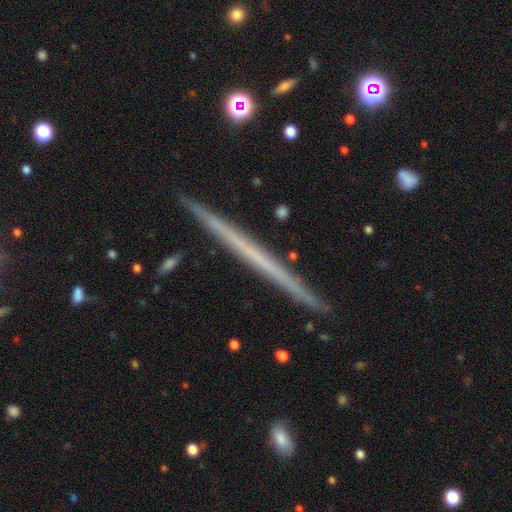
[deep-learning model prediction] Overall: featured or disk (63%; smooth 30%). Edge-on disk: yes (98%). Edge-on bulge: none (91%). Merging: none (89%).